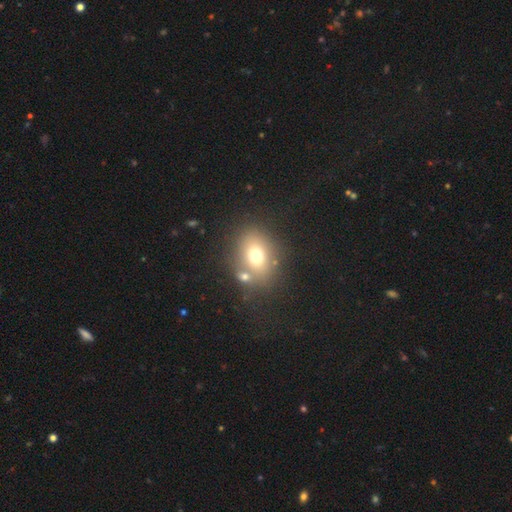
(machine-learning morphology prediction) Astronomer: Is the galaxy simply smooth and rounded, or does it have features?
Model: smooth — 69%.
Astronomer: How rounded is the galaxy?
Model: in between — 56% (runner-up: round, 42%).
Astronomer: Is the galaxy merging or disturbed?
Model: none — 66%.